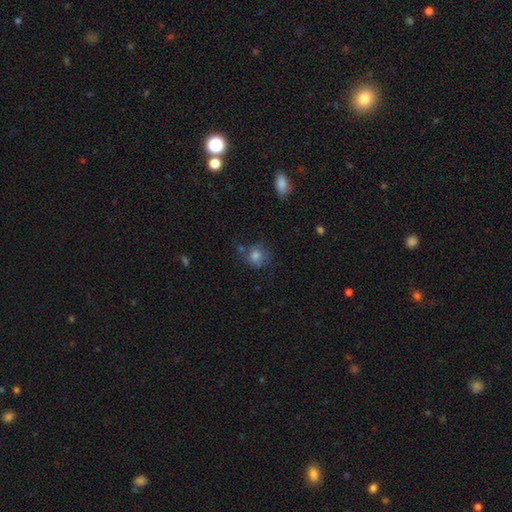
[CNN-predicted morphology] This appears to be a smooth galaxy with no disk features (73%) that is round (76%). Merging: none (61%).